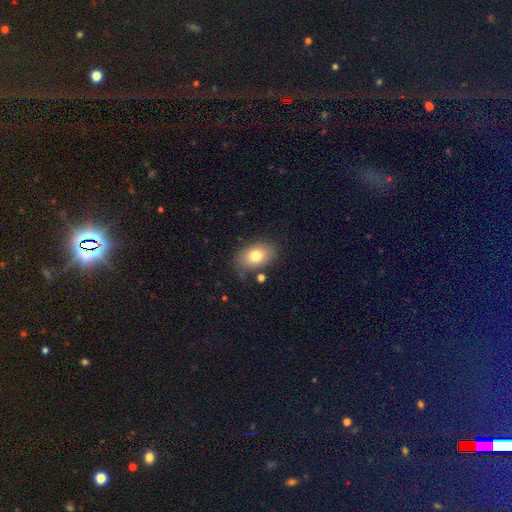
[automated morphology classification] The model was most divided on "merging": none: 75%, minor disturbance: 16%, major disturbance: 5%, merger: 4%. More confident: how rounded — in between (84%); smooth or featured — smooth (76%).